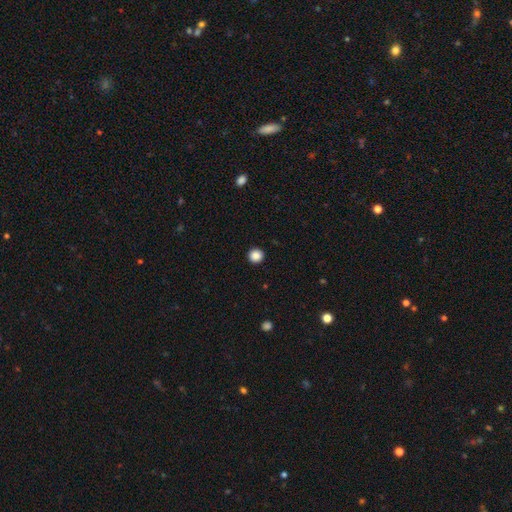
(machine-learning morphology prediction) The model was most divided on "smooth or featured": smooth: 87%, star or artifact: 10%, featured or disk: 3%. More confident: how rounded — round (95%); merging — none (94%).